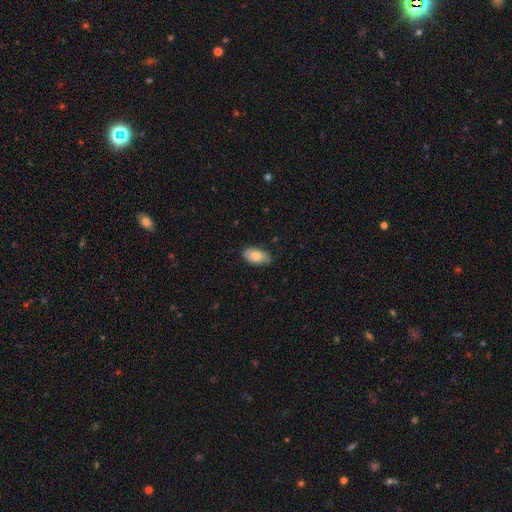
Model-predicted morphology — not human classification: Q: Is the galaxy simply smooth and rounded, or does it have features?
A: smooth — 80%.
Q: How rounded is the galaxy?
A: in between — 94%.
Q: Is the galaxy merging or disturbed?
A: none — 82%.